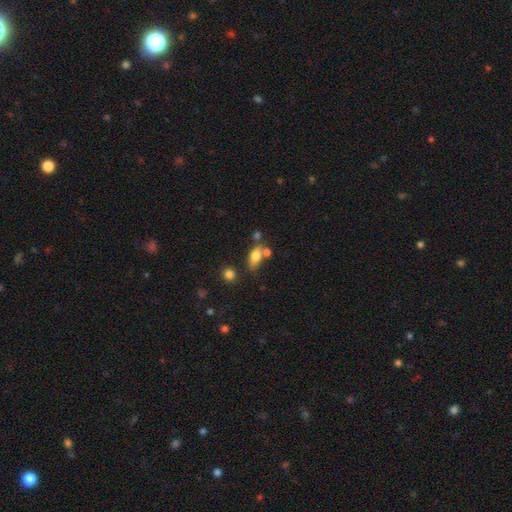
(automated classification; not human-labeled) Q: Smooth or featured?
A: smooth (74%); runner-up: featured or disk (16%)
Q: How rounded?
A: in between (80%); runner-up: cigar-shaped (12%)
Q: Merging?
A: none (50%); runner-up: merger (28%)